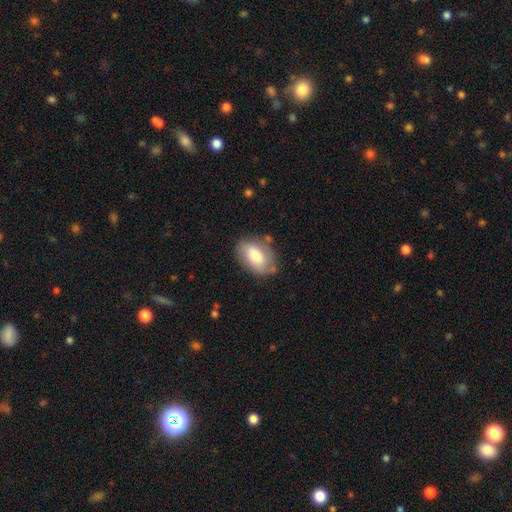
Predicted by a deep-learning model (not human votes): This appears to be a smooth galaxy with no disk features (71%) that is in between round and cigar-shaped (90%). Merging: none (71%).